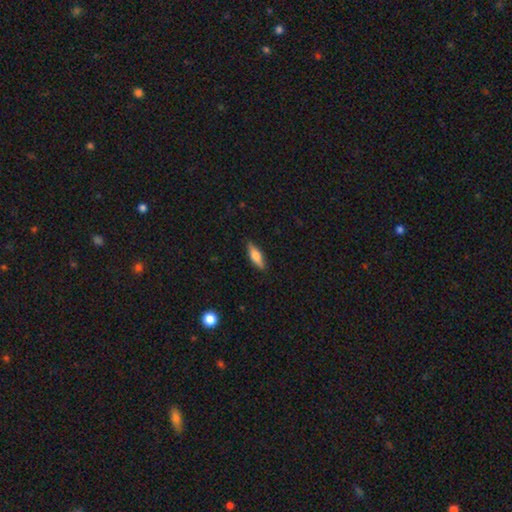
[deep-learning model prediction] The model was most divided on "how rounded": cigar-shaped: 50%, in between: 48%, round: 2%. More confident: merging — none (87%); smooth or featured — smooth (69%).